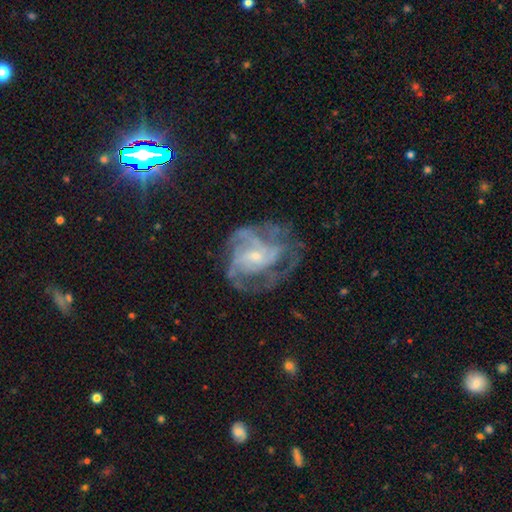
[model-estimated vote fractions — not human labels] This appears to be a featured or disk galaxy (82%) with no bar (62%), medium (44%) spiral arms (87%) and a small central bulge (66%). Merging: none (52%).